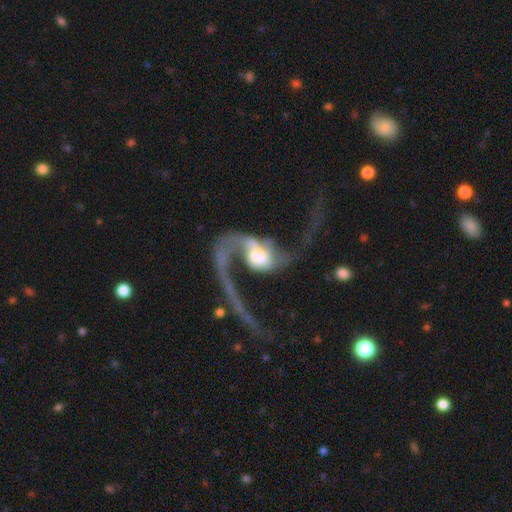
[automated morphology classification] A featured or disk galaxy (74%) with no bar (57%), 1 (47%) loose (84%) spiral arms (79%) and a moderate central bulge (48%). Merging: major disturbance (64%).